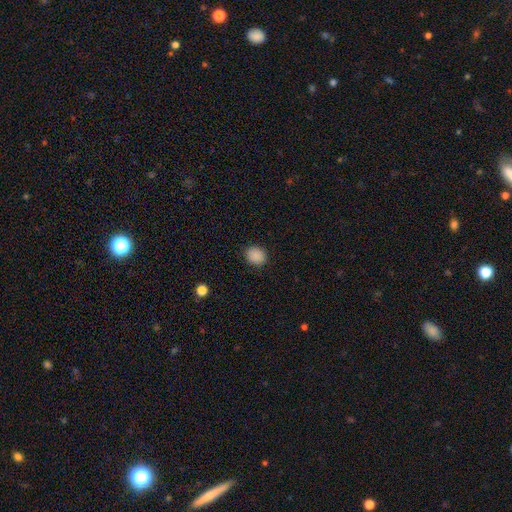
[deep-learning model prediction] Q: Smooth or featured?
A: smooth (88%); runner-up: star or artifact (10%)
Q: How rounded?
A: round (66%); runner-up: in between (33%)
Q: Merging?
A: none (89%); runner-up: minor disturbance (8%)